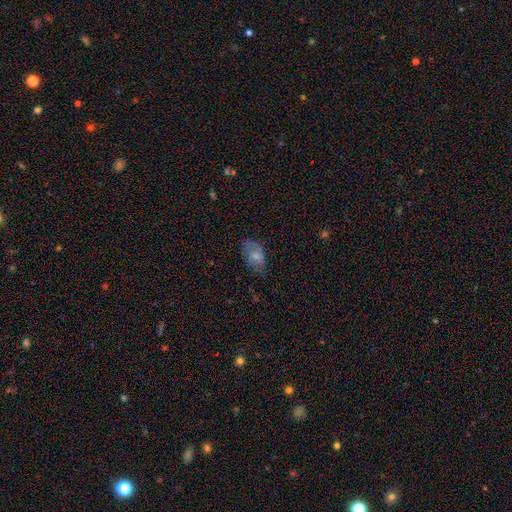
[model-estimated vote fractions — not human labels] A smooth galaxy with no disk features (56%) that is in between round and cigar-shaped (89%).

Vote fractions:
- Smooth or featured? smooth: 56% / featured or disk: 35% / star or artifact: 9%
- How rounded? in between: 89% / round: 9% / cigar-shaped: 2%
- Merging? none: 57% / minor disturbance: 28% / major disturbance: 14% / merger: 2%